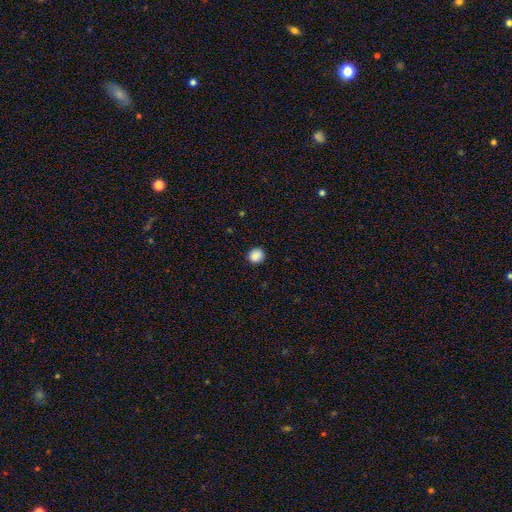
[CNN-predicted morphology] The model was most divided on "how rounded": round: 89%, in between: 10%, cigar-shaped: 1%. More confident: merging — none (92%); smooth or featured — smooth (89%).